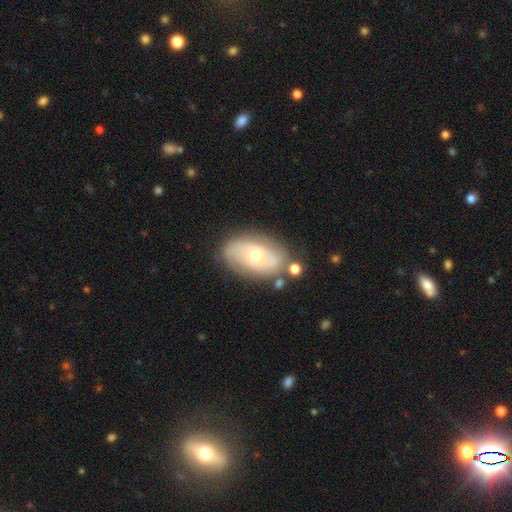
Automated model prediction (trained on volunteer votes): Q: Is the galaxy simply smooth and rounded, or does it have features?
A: featured or disk — 60%.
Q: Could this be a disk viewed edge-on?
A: no — 93%.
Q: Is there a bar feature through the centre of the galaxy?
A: no — 72%.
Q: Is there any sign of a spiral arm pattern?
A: yes — 61%.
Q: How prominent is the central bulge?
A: moderate — 58%.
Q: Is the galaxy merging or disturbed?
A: none — 71%.